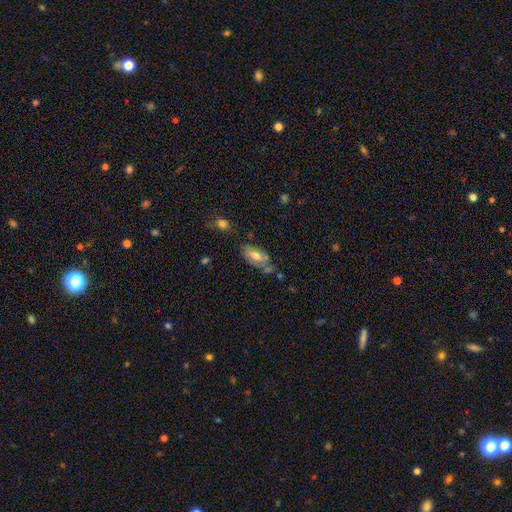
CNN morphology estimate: Smooth or featured?
  - smooth: 59% *
  - featured or disk: 33%
  - star or artifact: 8%
How rounded?
  - in between: 86% *
  - cigar-shaped: 11%
  - round: 3%
Merging?
  - none: 51% *
  - minor disturbance: 26%
  - merger: 13%
  - major disturbance: 10%